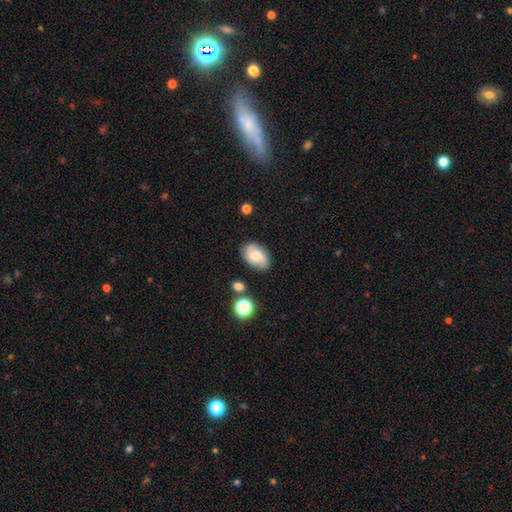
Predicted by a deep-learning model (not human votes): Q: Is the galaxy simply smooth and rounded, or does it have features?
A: smooth — 61%.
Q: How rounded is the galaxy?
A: in between — 87%.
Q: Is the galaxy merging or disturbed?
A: none — 79%.